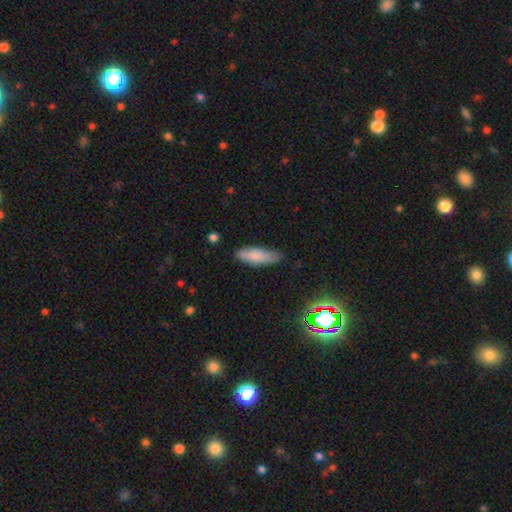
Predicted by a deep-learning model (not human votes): A smooth galaxy with no disk features (80%) that is in between round and cigar-shaped (56%). Merging: none (76%).